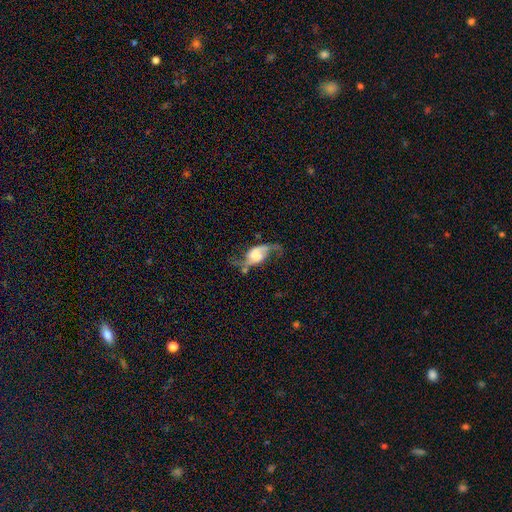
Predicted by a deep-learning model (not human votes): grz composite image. It shows a featured or disk galaxy (79%) with no bar (56%), 2 (91%) loose (79%) spiral arms (93%) and a large central bulge (36%). Merging: none (56%).